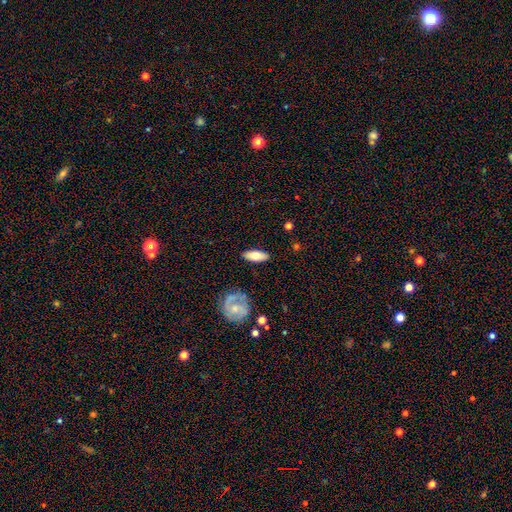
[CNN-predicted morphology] This is likely a smooth galaxy (66%). How rounded: likely in between (76%). Merging: clearly none (86%).